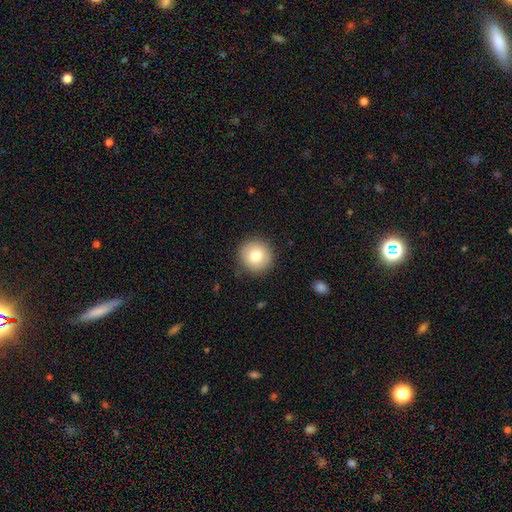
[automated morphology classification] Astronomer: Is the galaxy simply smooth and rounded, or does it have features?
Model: smooth — 81%.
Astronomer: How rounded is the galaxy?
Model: round — 93%.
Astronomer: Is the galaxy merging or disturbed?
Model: none — 90%.